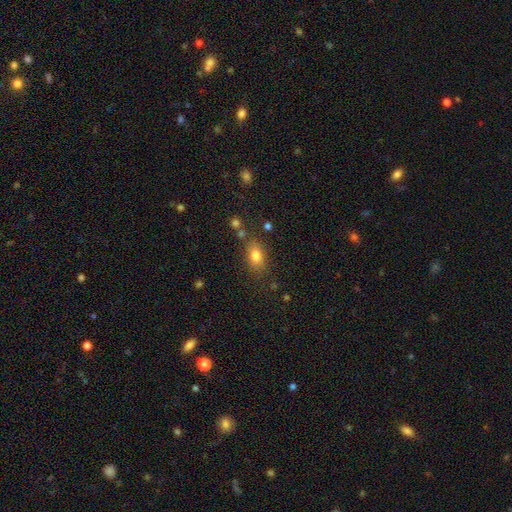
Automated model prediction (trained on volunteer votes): A smooth galaxy with no disk features (80%) that is in between round and cigar-shaped (77%). Merging: none (75%).